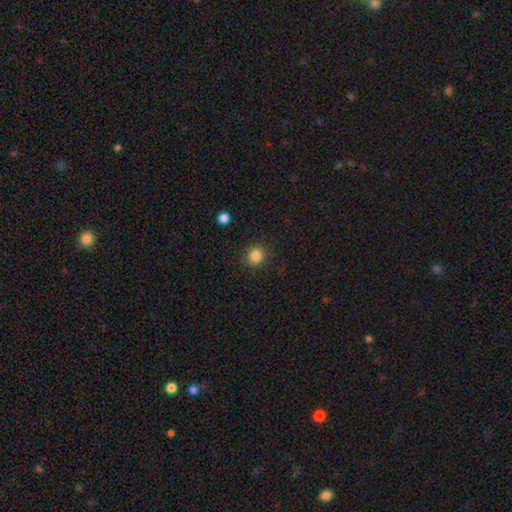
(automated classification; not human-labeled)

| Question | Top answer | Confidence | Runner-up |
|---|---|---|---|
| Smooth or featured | smooth | 84% | star or artifact (11%) |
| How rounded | round | 84% | in between (16%) |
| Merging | none | 90% | minor disturbance (7%) |